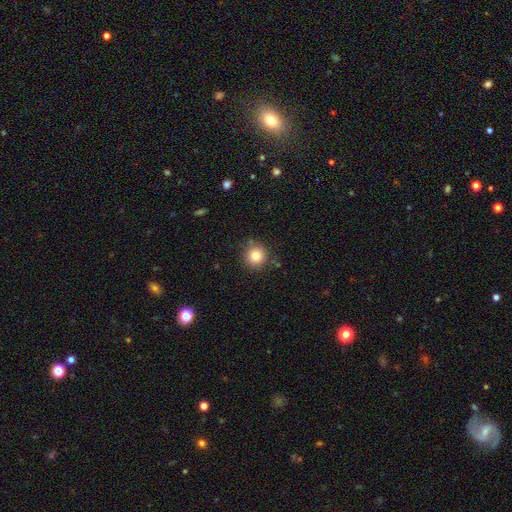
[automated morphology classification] A smooth galaxy with no disk features (82%) that is round (93%).

Vote fractions:
- Smooth or featured? smooth: 82% / star or artifact: 11% / featured or disk: 7%
- How rounded? round: 93% / in between: 6% / cigar-shaped: 1%
- Merging? none: 85% / minor disturbance: 9% / major disturbance: 3% / merger: 3%